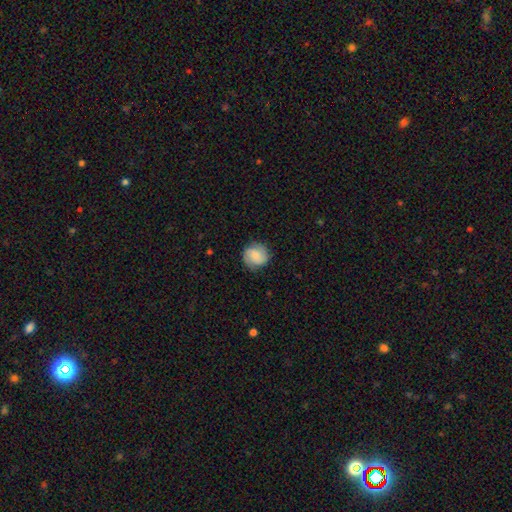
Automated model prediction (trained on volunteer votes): Smooth or featured?
  - smooth: 57% *
  - featured or disk: 35%
  - star or artifact: 8%
How rounded?
  - round: 88% *
  - in between: 11%
  - cigar-shaped: 1%
Merging?
  - none: 83% *
  - minor disturbance: 12%
  - major disturbance: 3%
  - merger: 1%